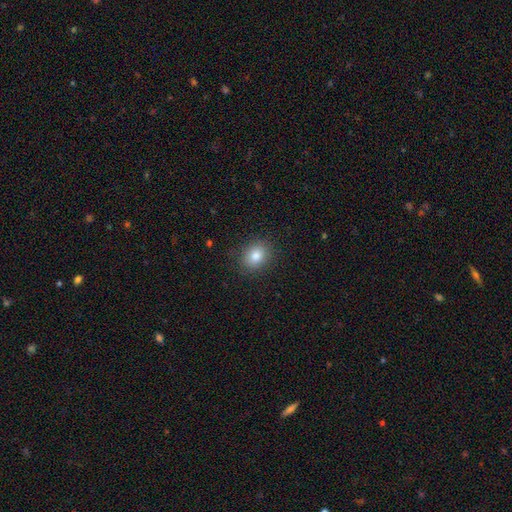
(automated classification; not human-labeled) A smooth galaxy with no disk features (83%) that is round (52%). Merging: none (88%).